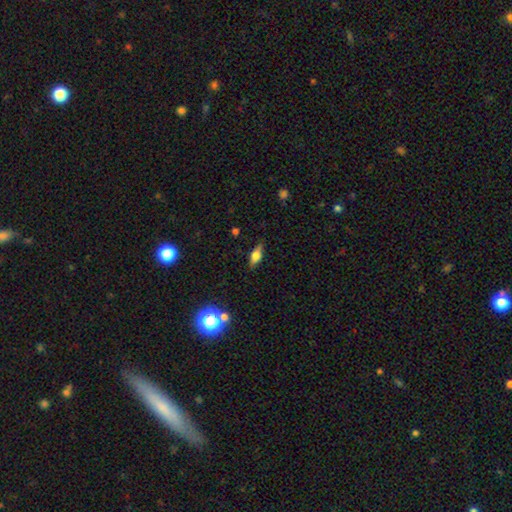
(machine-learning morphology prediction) smooth-or-featured: smooth: 51% | featured or disk: 40% | star or artifact: 10%
  how-rounded: in between: 68% | cigar-shaped: 26% | round: 6%
  merging: none: 82% | minor disturbance: 13% | major disturbance: 3% | merger: 2%